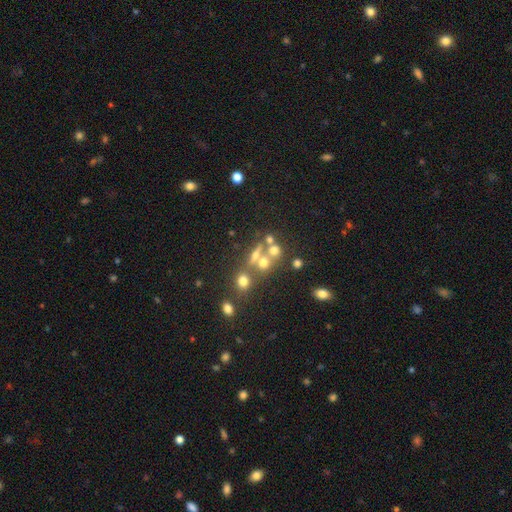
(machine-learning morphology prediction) smooth-or-featured: smooth: 50% | featured or disk: 27% | star or artifact: 23%
  merging: none: 45% | merger: 37% | minor disturbance: 10% | major disturbance: 8%